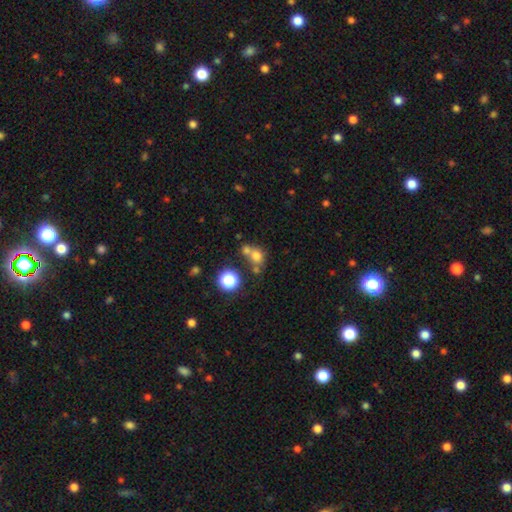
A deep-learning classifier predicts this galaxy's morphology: Q: Smooth or featured?
A: smooth (70%); runner-up: star or artifact (18%)
Q: How rounded?
A: round (73%); runner-up: in between (26%)
Q: Merging?
A: none (43%); runner-up: merger (42%)